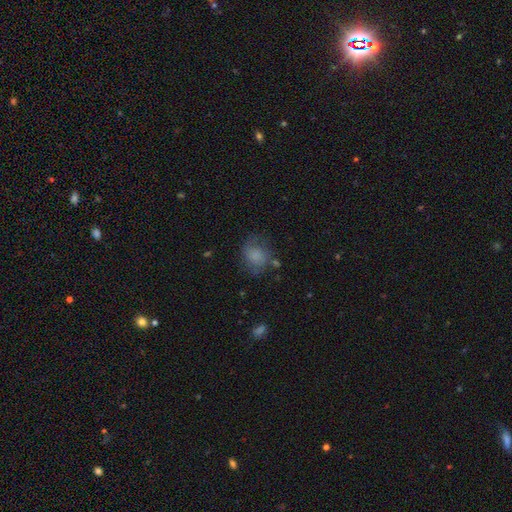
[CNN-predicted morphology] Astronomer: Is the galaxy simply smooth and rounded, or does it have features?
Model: smooth — 67%.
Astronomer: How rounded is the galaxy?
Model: round — 63%.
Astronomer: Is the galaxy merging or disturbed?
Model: none — 54%.